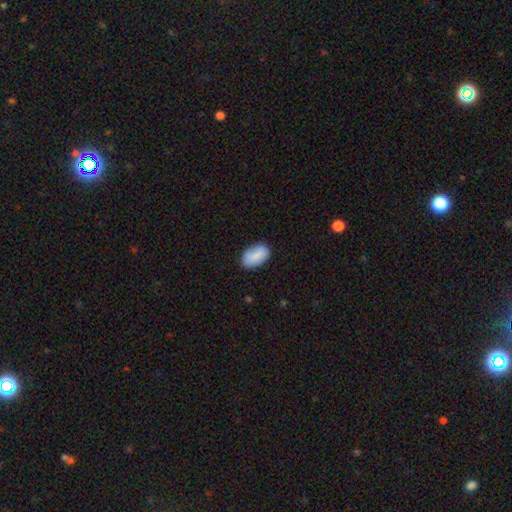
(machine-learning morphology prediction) Smooth or featured? smooth (84%)
How rounded? in between (91%)
Merging? none (76%)